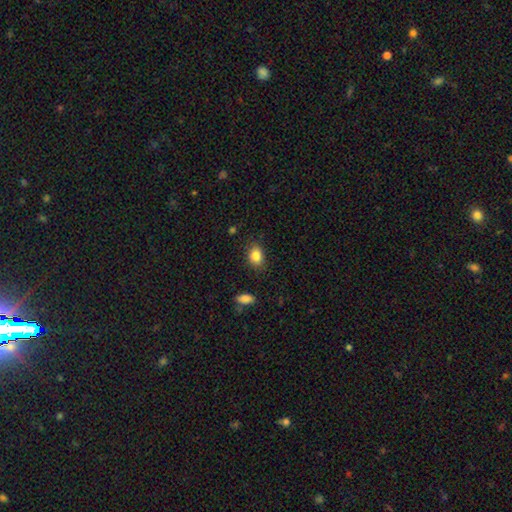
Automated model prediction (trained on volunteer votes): Overall: smooth (84%). How rounded: in between (66%; round 33%). Merging: none (83%).